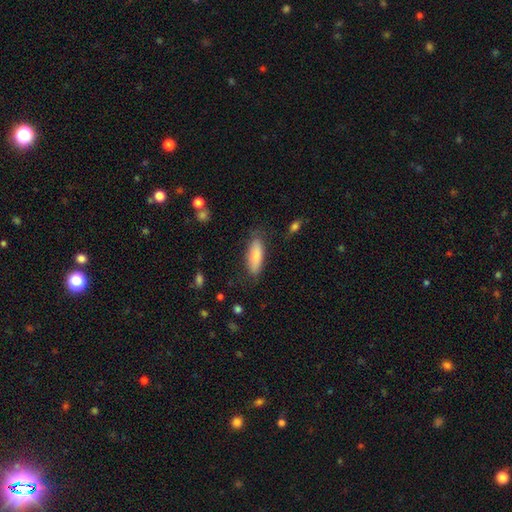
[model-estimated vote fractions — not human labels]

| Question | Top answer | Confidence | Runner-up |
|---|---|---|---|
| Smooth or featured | smooth | 80% | featured or disk (14%) |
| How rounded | in between | 64% | cigar-shaped (34%) |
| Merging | none | 76% | minor disturbance (17%) |